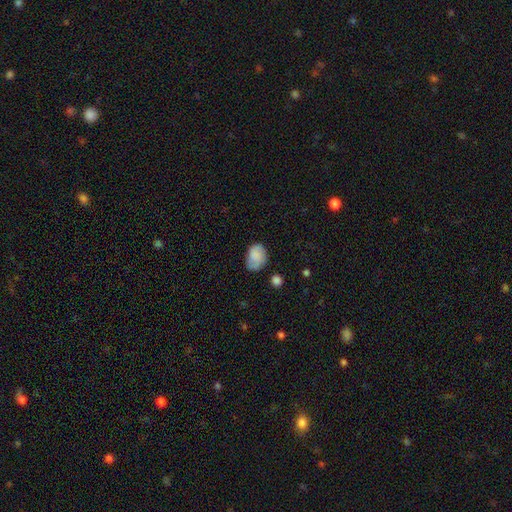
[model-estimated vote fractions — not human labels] A smooth galaxy with no disk features (78%) that is in between round and cigar-shaped (74%). Merging: none (60%).